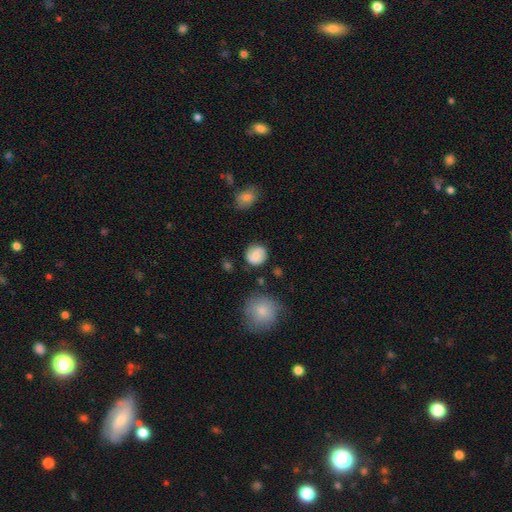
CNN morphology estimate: Smooth or featured: smooth — 65% (featured or disk — 27%)
How rounded: round — 86% (in between — 13%)
Merging: none — 75% (minor disturbance — 16%)